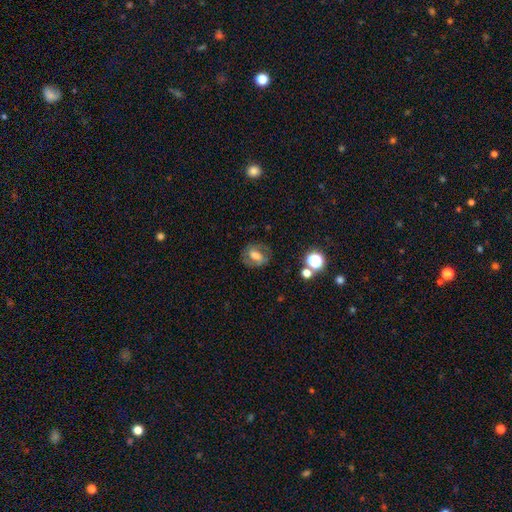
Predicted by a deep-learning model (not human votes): The model was most divided on "smooth or featured": featured or disk: 45%, smooth: 44%, star or artifact: 11%. More confident: merging — none (75%).